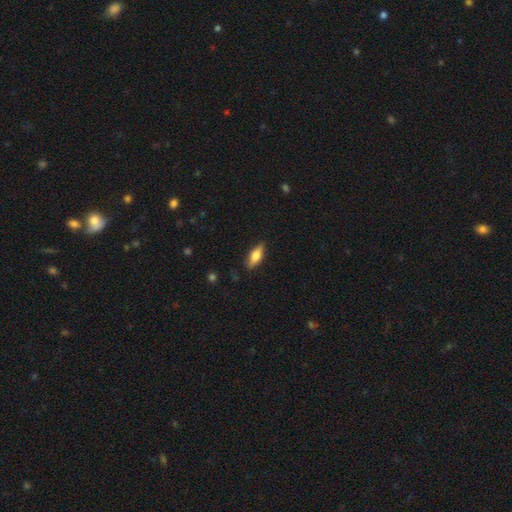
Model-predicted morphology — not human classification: smooth_or_featured: smooth (p=0.65) [alt: featured or disk p=0.28]
how_rounded: in between (p=0.69) [alt: cigar-shaped p=0.28]
merging: none (p=0.83) [alt: minor disturbance p=0.13]